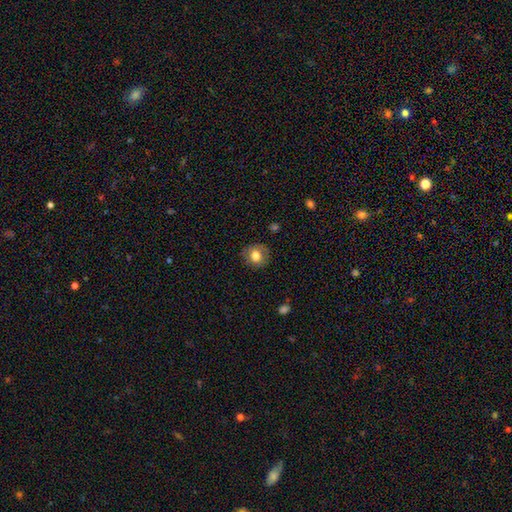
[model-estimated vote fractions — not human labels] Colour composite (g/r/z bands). It shows a smooth galaxy with no disk features (77%) that is round (83%). Merging: none (85%).